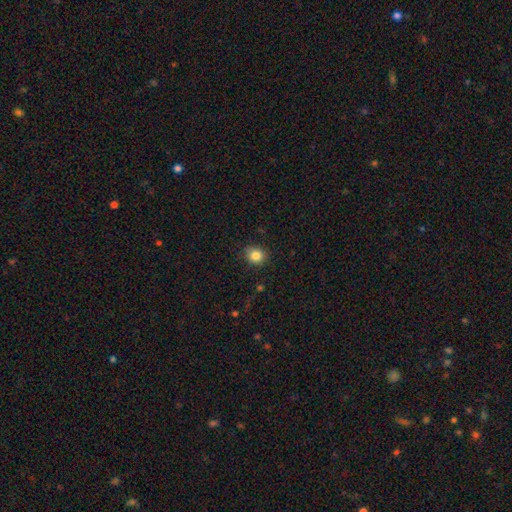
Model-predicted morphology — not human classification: smooth_or_featured: smooth (p=0.84) [alt: star or artifact p=0.11]
how_rounded: round (p=0.72) [alt: in between p=0.27]
merging: none (p=0.86) [alt: minor disturbance p=0.10]